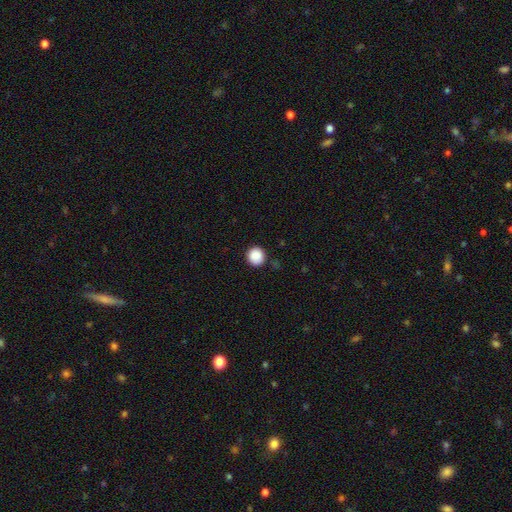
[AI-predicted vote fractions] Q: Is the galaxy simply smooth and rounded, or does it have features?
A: smooth — 88%.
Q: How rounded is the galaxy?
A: round — 91%.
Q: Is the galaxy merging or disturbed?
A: none — 88%.